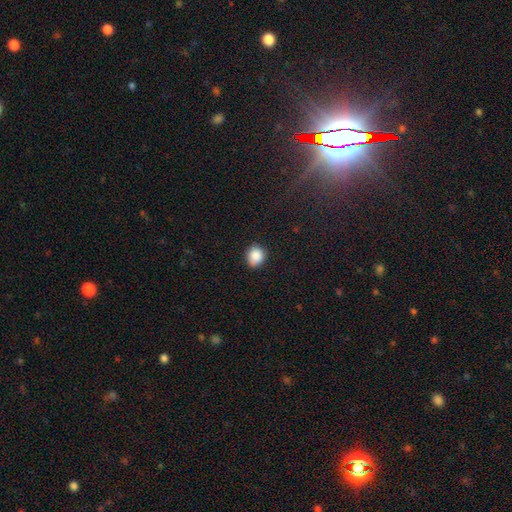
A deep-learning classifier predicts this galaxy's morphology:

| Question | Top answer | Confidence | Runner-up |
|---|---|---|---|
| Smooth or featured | smooth | 88% | star or artifact (9%) |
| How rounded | round | 74% | in between (25%) |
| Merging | none | 84% | minor disturbance (12%) |